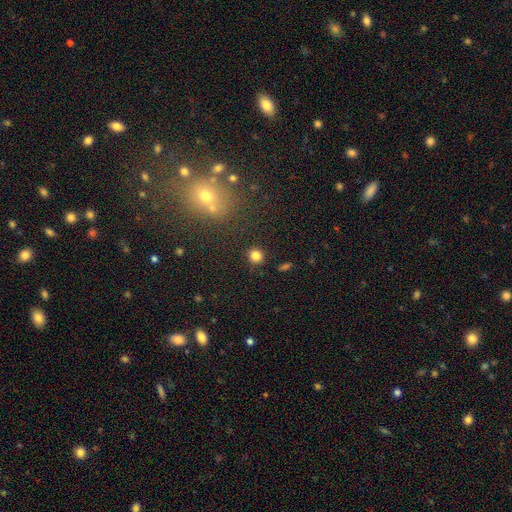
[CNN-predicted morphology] A smooth galaxy with no disk features (83%) that is round (86%). Merging: none (88%).